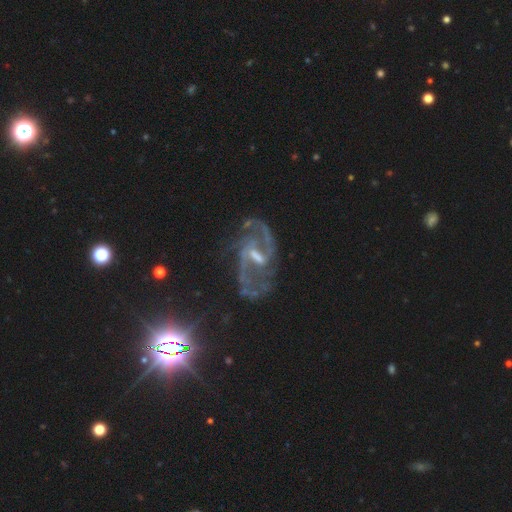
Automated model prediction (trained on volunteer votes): Q: Smooth or featured?
A: featured or disk (89%); runner-up: star or artifact (8%)
Q: Edge-on disk?
A: no (97%); runner-up: yes (3%)
Q: Bar?
A: weak (52%); runner-up: strong (32%)
Q: Spiral arms?
A: yes (98%); runner-up: no (2%)
Q: Spiral winding?
A: medium (55%); runner-up: loose (29%)
Q: Spiral arm count?
A: 2 (89%); runner-up: can't tell (3%)
Q: Bulge size?
A: small (61%); runner-up: moderate (31%)
Q: Merging?
A: none (73%); runner-up: minor disturbance (15%)